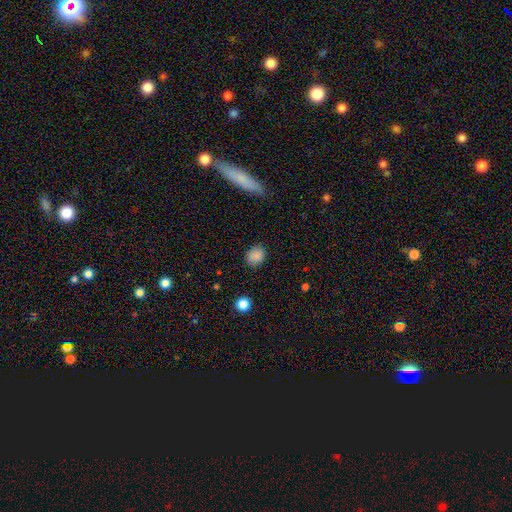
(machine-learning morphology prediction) A smooth galaxy with no disk features (86%) that is round (60%). Merging: none (84%).